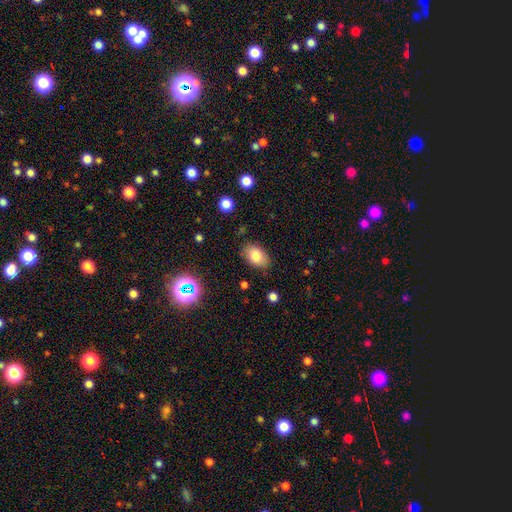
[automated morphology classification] smooth-or-featured: smooth: 81% | featured or disk: 10% | star or artifact: 9%
  how-rounded: in between: 88% | round: 11% | cigar-shaped: 1%
  merging: none: 82% | minor disturbance: 13% | major disturbance: 3% | merger: 2%